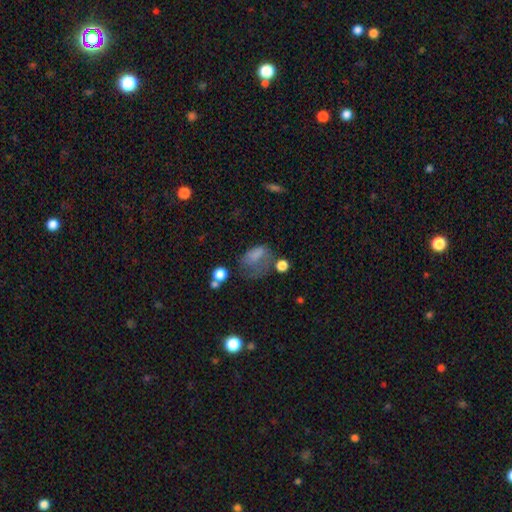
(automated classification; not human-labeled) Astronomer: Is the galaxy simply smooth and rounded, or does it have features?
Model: smooth — 69%.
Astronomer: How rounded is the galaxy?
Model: in between — 75%.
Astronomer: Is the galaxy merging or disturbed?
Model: major disturbance — 43% (runner-up: minor disturbance, 26%).